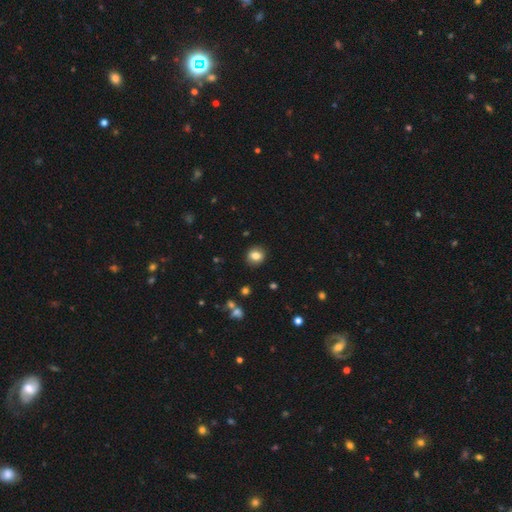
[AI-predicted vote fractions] The model was most divided on "how rounded": round: 80%, in between: 19%, cigar-shaped: 1%. More confident: merging — none (90%); smooth or featured — smooth (81%).